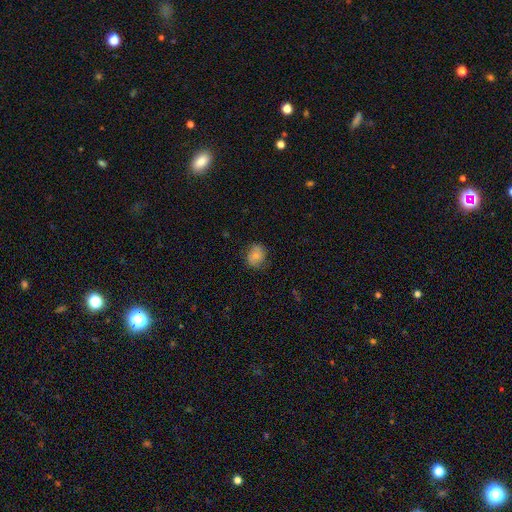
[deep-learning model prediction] Smooth or featured?
  - smooth: 73% *
  - featured or disk: 18%
  - star or artifact: 9%
How rounded?
  - round: 64% *
  - in between: 35%
  - cigar-shaped: 1%
Merging?
  - none: 72% *
  - minor disturbance: 21%
  - major disturbance: 6%
  - merger: 1%